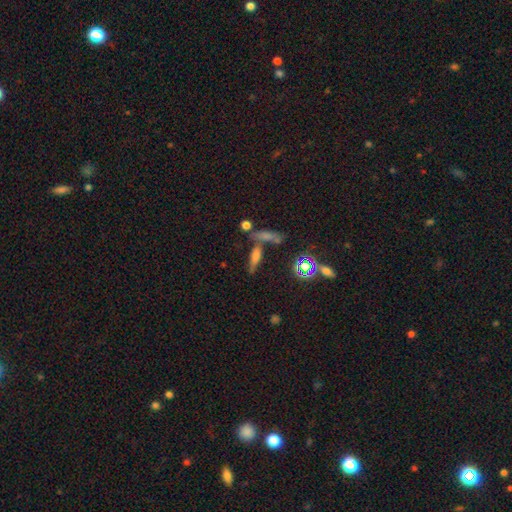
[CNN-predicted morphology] Smooth or featured?
  - smooth: 47% *
  - featured or disk: 33%
  - star or artifact: 20%
Merging?
  - none: 59% *
  - merger: 23%
  - minor disturbance: 12%
  - major disturbance: 6%